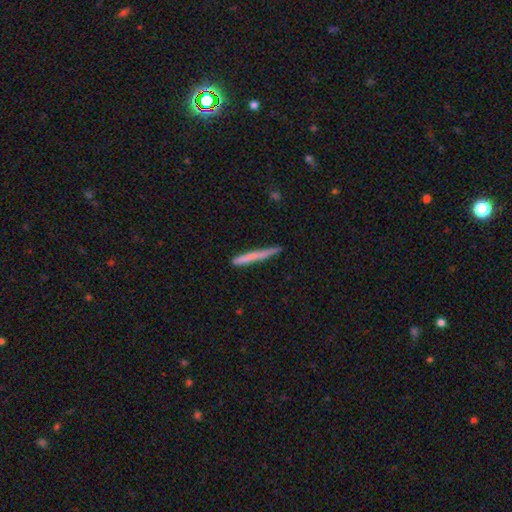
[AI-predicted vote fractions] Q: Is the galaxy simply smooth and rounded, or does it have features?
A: smooth — 67%.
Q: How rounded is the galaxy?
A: cigar-shaped — 97%.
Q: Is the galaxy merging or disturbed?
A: none — 84%.